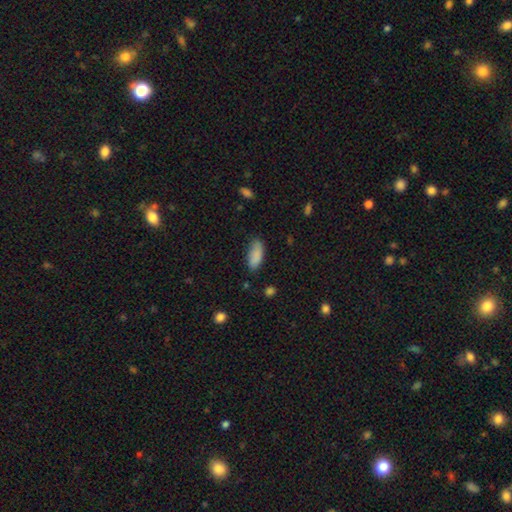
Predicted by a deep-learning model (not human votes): Overall: smooth (87%). How rounded: in between (78%). Merging: none (74%).